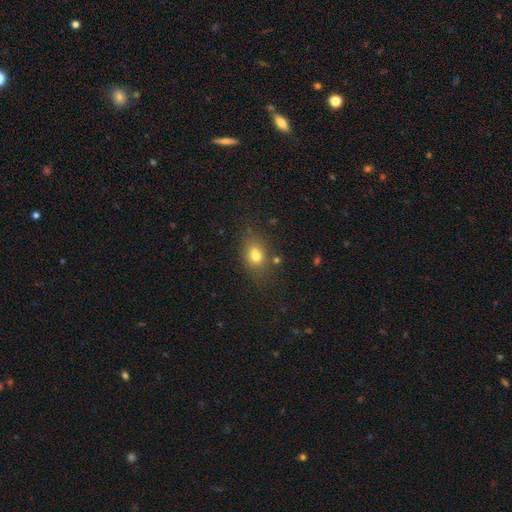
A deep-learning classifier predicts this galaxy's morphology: Smooth or featured? smooth (73%)
How rounded? in between (66%)
Merging? none (65%)